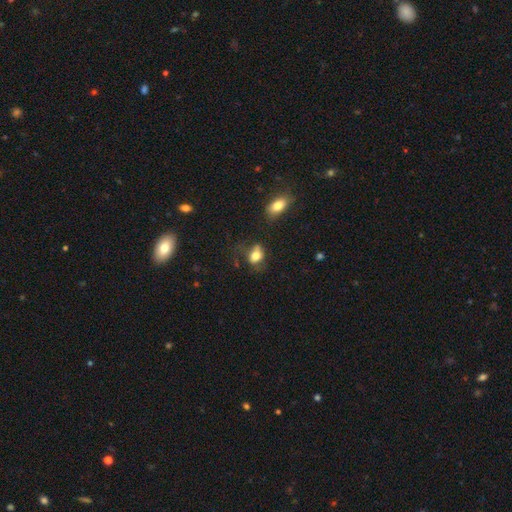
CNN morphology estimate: smooth-or-featured: smooth: 75% | featured or disk: 16% | star or artifact: 10%
  how-rounded: in between: 73% | round: 25% | cigar-shaped: 2%
  merging: none: 44% | minor disturbance: 28% | major disturbance: 20% | merger: 7%